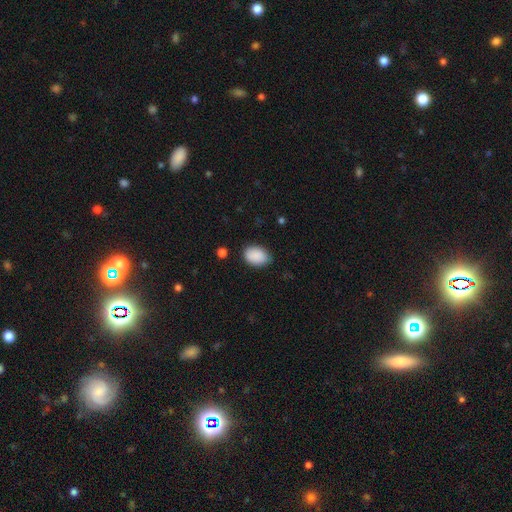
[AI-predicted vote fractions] smooth 89%, star or artifact 7%, featured or disk 4%. Down the decision tree: how rounded — in between (82%); merging — none (76%).